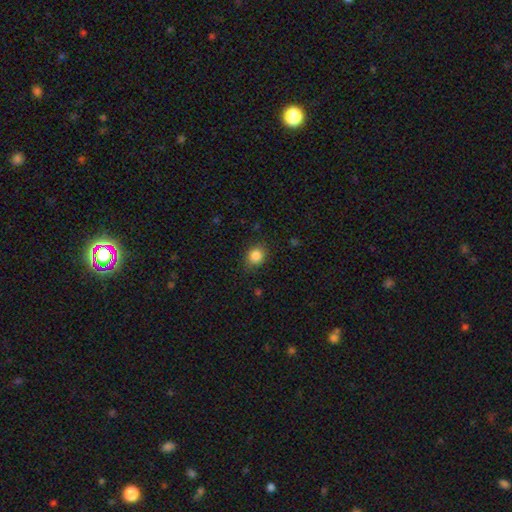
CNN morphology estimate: A smooth galaxy with no disk features (85%) that is round (65%). Merging: none (84%).